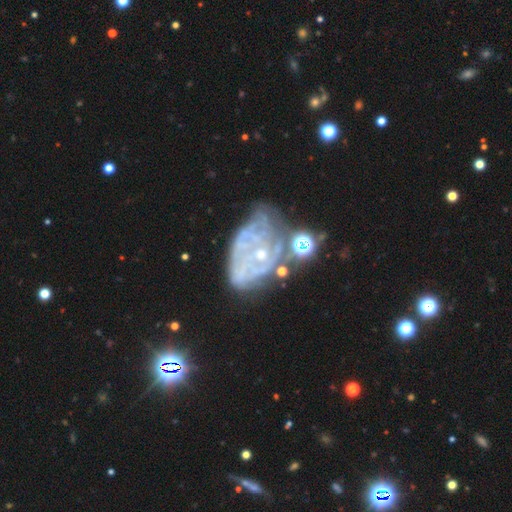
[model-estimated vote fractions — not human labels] Overall: featured or disk (74%). Edge-on disk: no (97%). Bar: no (77%). Spiral arms: yes (73%). Spiral arm count: can't tell (55%). Spiral winding: tight (61%; medium 27%). Bulge size: small (71%). Merging: none (40%; minor disturbance 25%).